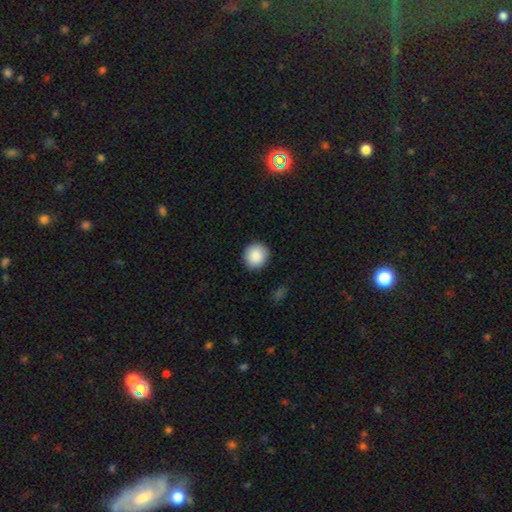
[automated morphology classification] Smooth or featured?
  - smooth: 89% *
  - star or artifact: 8%
  - featured or disk: 4%
How rounded?
  - round: 89% *
  - in between: 10%
  - cigar-shaped: 1%
Merging?
  - none: 91% *
  - minor disturbance: 6%
  - major disturbance: 2%
  - merger: 1%